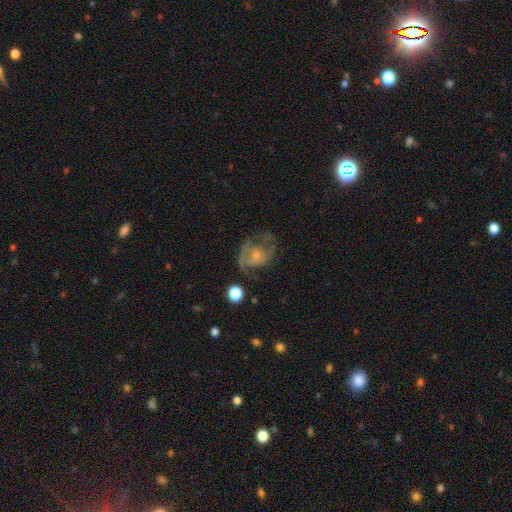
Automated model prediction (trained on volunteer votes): A featured or disk galaxy (62%) with no bar (78%), spiral arms (58%) and a small central bulge (48%).

Vote fractions:
- Smooth or featured? featured or disk: 62% / smooth: 29% / star or artifact: 10%
- Edge-on disk? no: 97% / yes: 3%
- Bar? no: 78% / weak: 19% / strong: 3%
- Spiral arms? yes: 58% / no: 42%
- Bulge size? small: 48% / moderate: 34% / none: 12% / large: 4% / dominant: 1%
- Merging? none: 40% / major disturbance: 34% / minor disturbance: 23% / merger: 3%